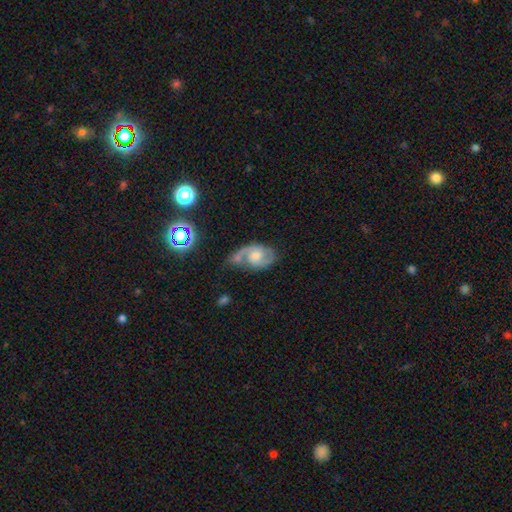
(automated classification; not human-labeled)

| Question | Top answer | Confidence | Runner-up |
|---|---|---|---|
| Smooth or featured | featured or disk | 72% | smooth (20%) |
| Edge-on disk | no | 97% | yes (3%) |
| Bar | no | 55% | weak (39%) |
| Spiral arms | yes | 91% | no (9%) |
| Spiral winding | medium | 50% | loose (27%) |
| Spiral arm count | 2 | 75% | 1 (15%) |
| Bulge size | moderate | 45% | small (24%) |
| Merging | none | 41% | minor disturbance (25%) |